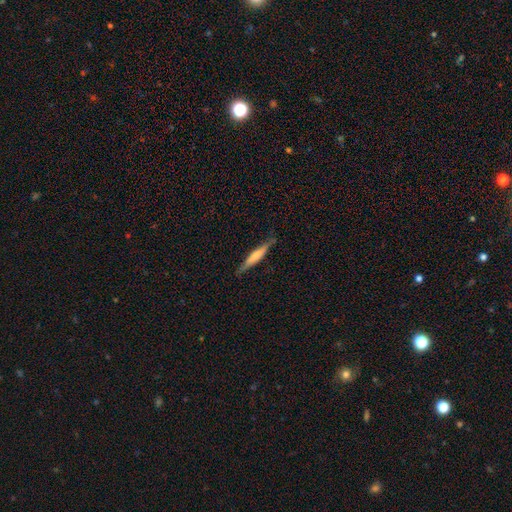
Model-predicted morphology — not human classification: A smooth galaxy with no disk features (49%).

Vote fractions:
- Smooth or featured? smooth: 49% / featured or disk: 45% / star or artifact: 6%
- Merging? none: 84% / minor disturbance: 12% / major disturbance: 2% / merger: 1%